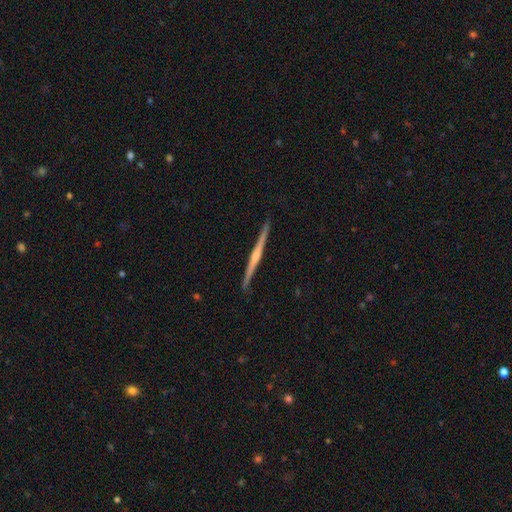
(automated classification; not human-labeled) This appears to be a featured or disk galaxy (77%) viewed edge-on (98%) with a rounded central bulge (56%). Merging: none (91%).